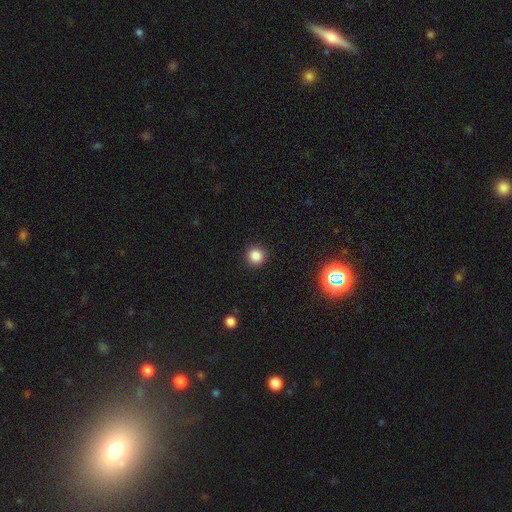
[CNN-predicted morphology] smooth_or_featured: smooth (p=0.84) [alt: star or artifact p=0.12]
how_rounded: round (p=0.94) [alt: in between p=0.05]
merging: none (p=0.92) [alt: minor disturbance p=0.05]